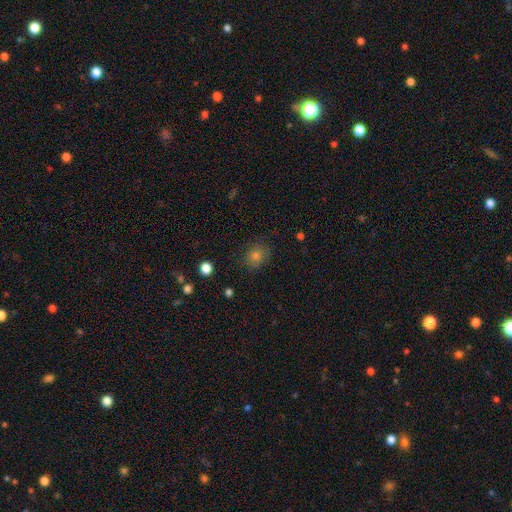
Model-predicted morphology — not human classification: This appears to be a smooth galaxy with no disk features (73%) that is round (70%). Merging: none (83%).